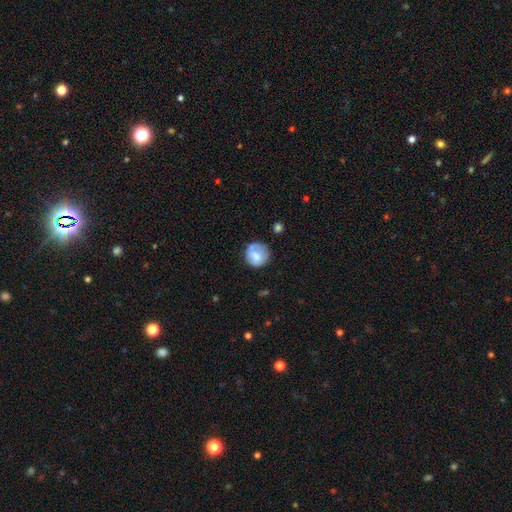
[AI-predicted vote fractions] Q: Smooth or featured?
A: smooth (70%); runner-up: featured or disk (22%)
Q: How rounded?
A: round (88%); runner-up: in between (11%)
Q: Merging?
A: none (63%); runner-up: minor disturbance (23%)